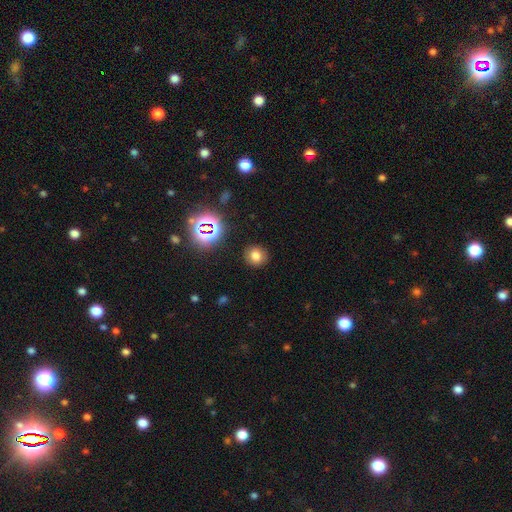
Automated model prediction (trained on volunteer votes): smooth-or-featured: smooth: 74% | star or artifact: 18% | featured or disk: 8%
  how-rounded: round: 86% | in between: 13% | cigar-shaped: 1%
  merging: none: 89% | minor disturbance: 7% | major disturbance: 3% | merger: 1%